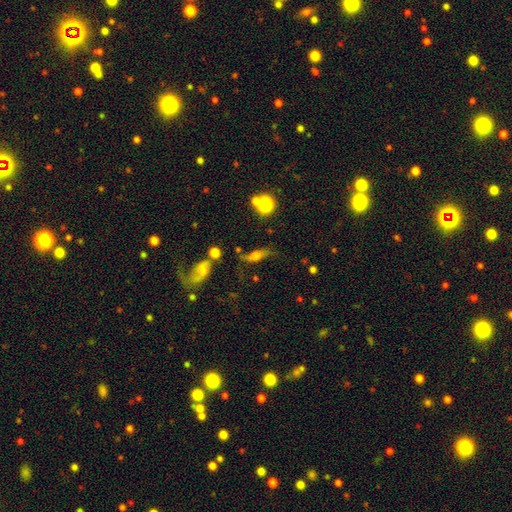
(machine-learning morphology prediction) Smooth or featured? Predicted: smooth (p=0.49). Merging? Predicted: none (p=0.55).